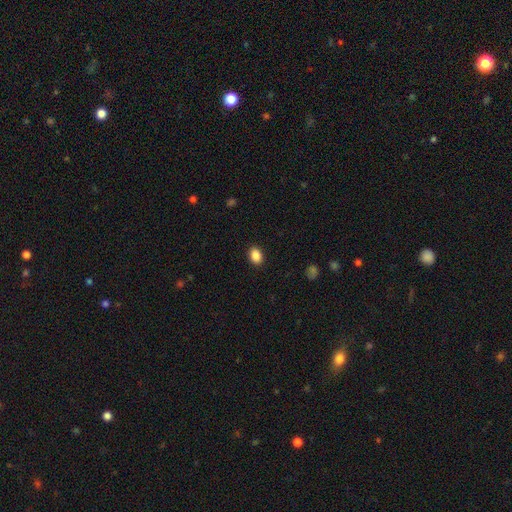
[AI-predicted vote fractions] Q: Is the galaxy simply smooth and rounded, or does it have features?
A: smooth — 89%.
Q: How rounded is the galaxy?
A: in between — 74%.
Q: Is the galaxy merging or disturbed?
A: none — 90%.